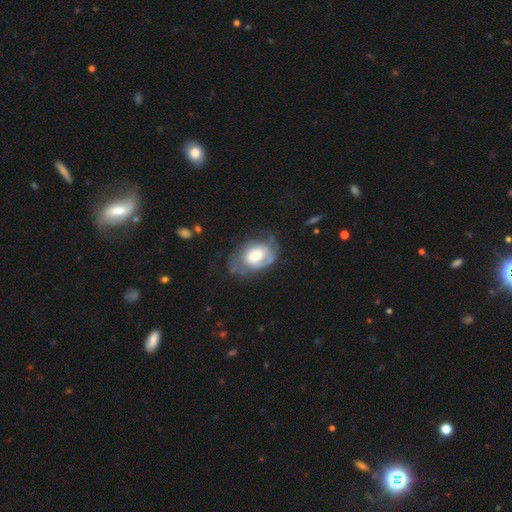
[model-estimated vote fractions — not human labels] featured or disk 68%, smooth 26%, star or artifact 6%. Down the decision tree: edge-on disk — no (97%); bar — no (67%); spiral arms — yes (77%); spiral arm count — 2 (35%); spiral winding — tight (52%); bulge size — moderate (43%); merging — none (47%).